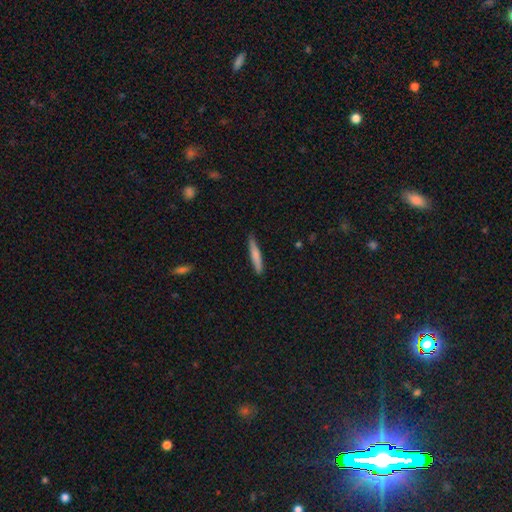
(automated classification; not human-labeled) Smooth or featured?
  - smooth: 73% *
  - featured or disk: 22%
  - star or artifact: 5%
How rounded?
  - cigar-shaped: 94% *
  - in between: 5%
  - round: 1%
Merging?
  - none: 86% *
  - minor disturbance: 11%
  - major disturbance: 2%
  - merger: 1%